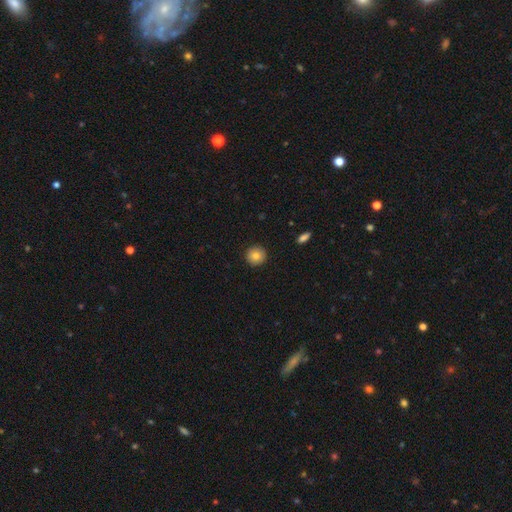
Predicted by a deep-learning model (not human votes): This is clearly a smooth galaxy (82%). How rounded: clearly round (95%). Merging: clearly none (92%).